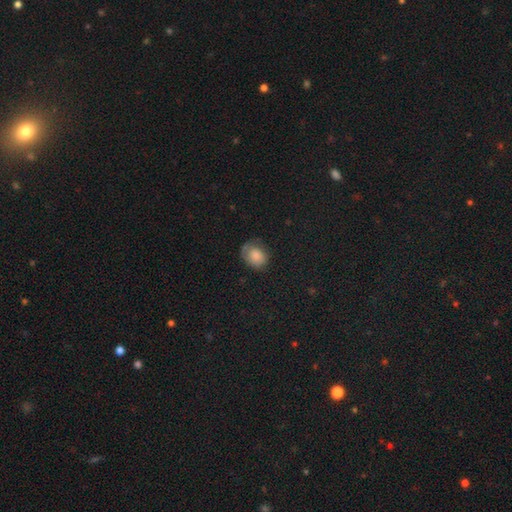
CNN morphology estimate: A smooth galaxy with no disk features (80%) that is round (52%). Merging: none (56%).